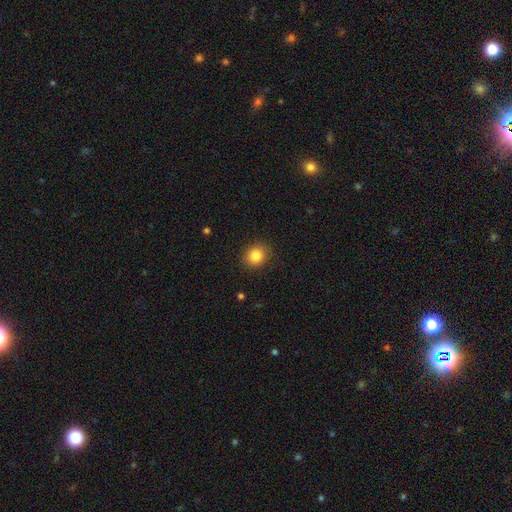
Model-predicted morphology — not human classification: Q: Smooth or featured?
A: smooth (84%); runner-up: star or artifact (10%)
Q: How rounded?
A: round (77%); runner-up: in between (22%)
Q: Merging?
A: none (89%); runner-up: minor disturbance (8%)